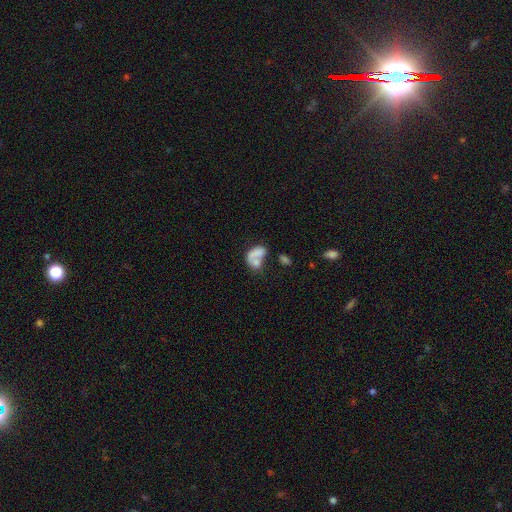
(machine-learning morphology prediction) smooth_or_featured: smooth (p=0.61) [alt: featured or disk p=0.28]
how_rounded: in between (p=0.80) [alt: round p=0.18]
merging: merger (p=0.53) [alt: none p=0.20]